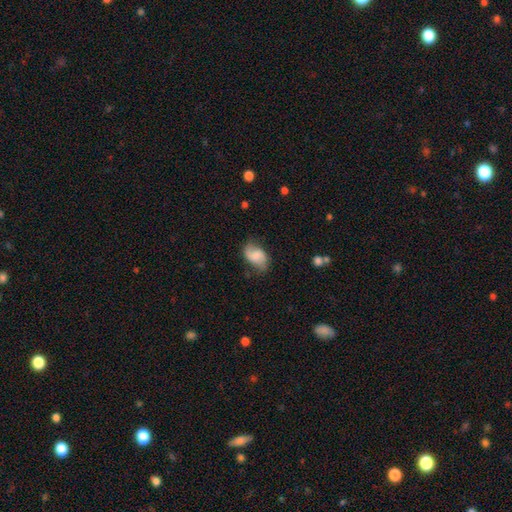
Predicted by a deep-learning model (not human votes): smooth 52%, featured or disk 40%, star or artifact 8%. Down the decision tree: how rounded — in between (86%); merging — none (61%).